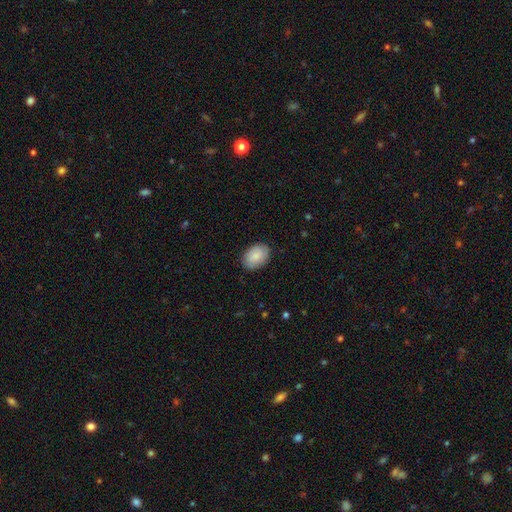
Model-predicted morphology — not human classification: The model was most divided on "smooth or featured": smooth: 80%, featured or disk: 13%, star or artifact: 6%. More confident: how rounded — in between (83%); merging — none (83%).